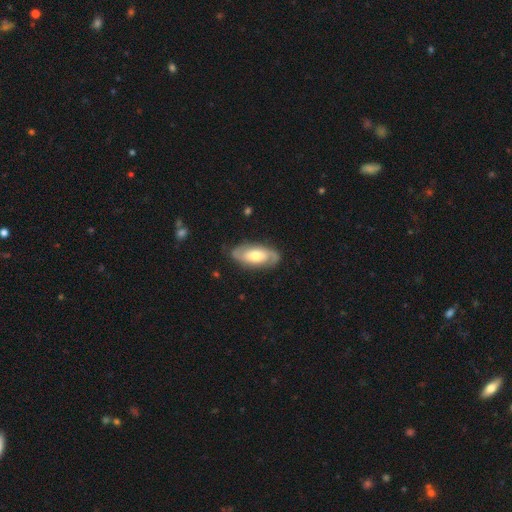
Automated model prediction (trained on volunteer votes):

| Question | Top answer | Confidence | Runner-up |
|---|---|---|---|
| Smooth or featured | featured or disk | 66% | smooth (29%) |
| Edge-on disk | no | 90% | yes (10%) |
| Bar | no | 62% | weak (28%) |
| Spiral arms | yes | 82% | no (18%) |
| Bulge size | moderate | 66% | small (16%) |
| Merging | none | 81% | minor disturbance (13%) |